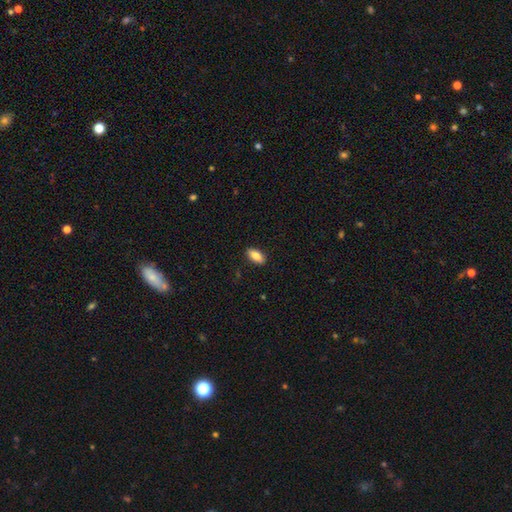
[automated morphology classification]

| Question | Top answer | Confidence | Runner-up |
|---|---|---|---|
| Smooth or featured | smooth | 83% | featured or disk (10%) |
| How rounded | in between | 87% | cigar-shaped (10%) |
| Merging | none | 89% | minor disturbance (8%) |